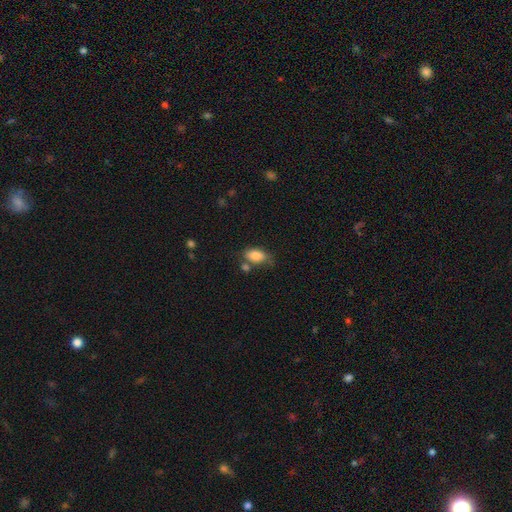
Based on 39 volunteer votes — smooth_or_featured: smooth (p=0.87) [alt: featured or disk p=0.08]
how_rounded: in between (p=0.94) [alt: round p=0.06]
merging: none (p=0.73) [alt: minor disturbance p=0.11]